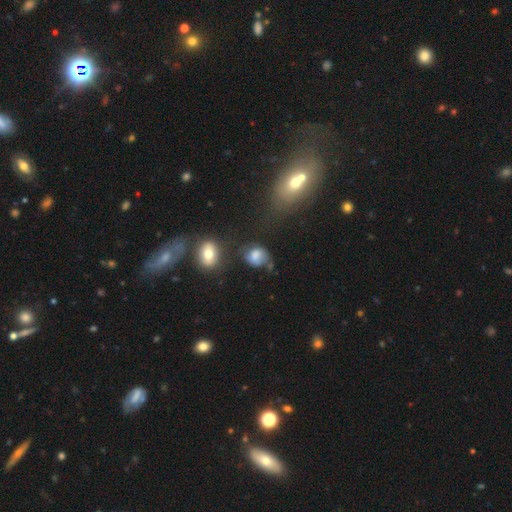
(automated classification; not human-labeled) Smooth or featured: smooth — 71% (featured or disk — 18%)
How rounded: round — 51% (in between — 48%)
Merging: none — 49% (minor disturbance — 27%)